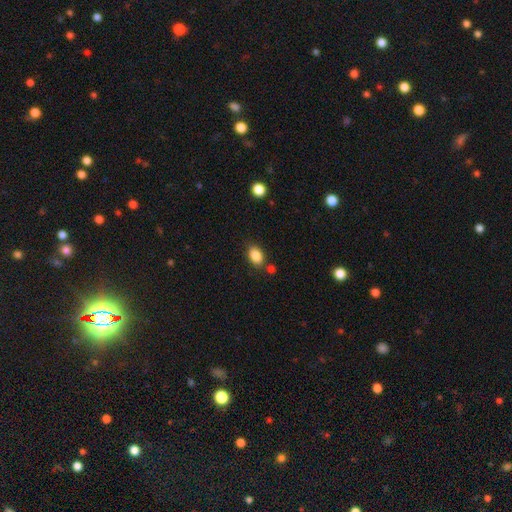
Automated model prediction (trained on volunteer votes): smooth_or_featured: smooth (p=0.86) [alt: star or artifact p=0.09]
how_rounded: in between (p=0.84) [alt: round p=0.15]
merging: none (p=0.79) [alt: minor disturbance p=0.12]